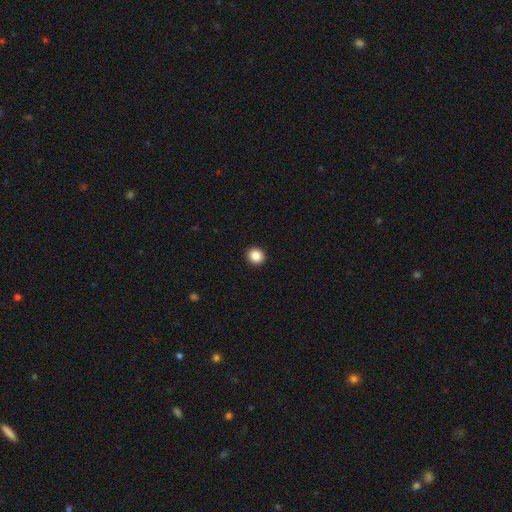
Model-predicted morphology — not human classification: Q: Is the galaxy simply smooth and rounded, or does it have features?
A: smooth — 87%.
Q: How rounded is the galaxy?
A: round — 88%.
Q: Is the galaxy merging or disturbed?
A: none — 94%.